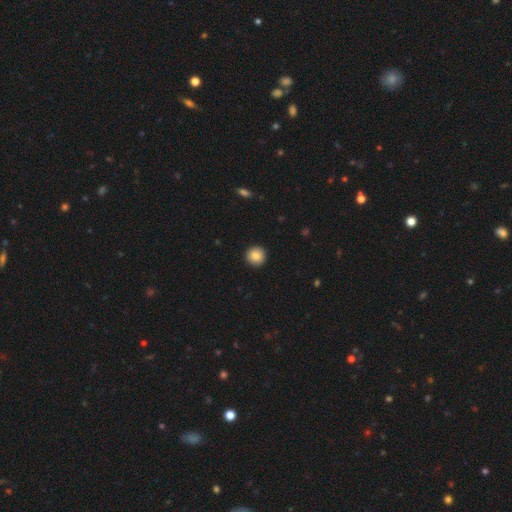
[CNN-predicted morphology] Smooth or featured: smooth — 88% (star or artifact — 8%)
How rounded: round — 94% (in between — 5%)
Merging: none — 93% (minor disturbance — 5%)